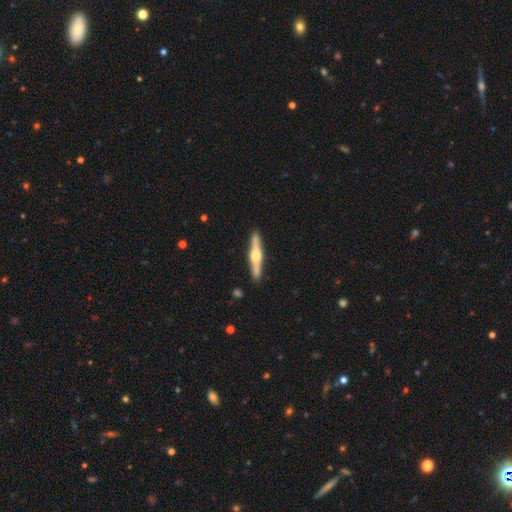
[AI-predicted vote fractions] The model was most divided on "smooth or featured": featured or disk: 71%, smooth: 25%, star or artifact: 5%. More confident: edge-on disk — yes (98%); edge-on bulge — rounded (94%); merging — none (91%).